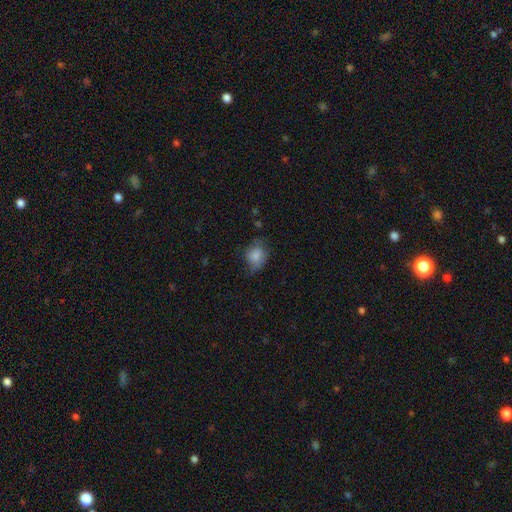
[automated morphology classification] A smooth galaxy with no disk features (79%) that is round (52%). Merging: none (53%).